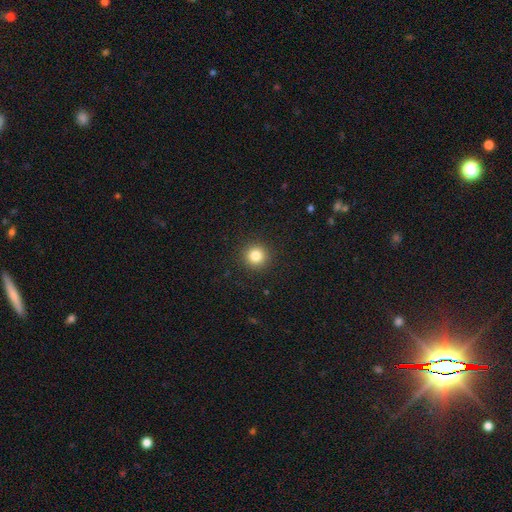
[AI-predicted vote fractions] A smooth galaxy with no disk features (83%) that is round (95%).

Vote fractions:
- Smooth or featured? smooth: 83% / star or artifact: 11% / featured or disk: 6%
- How rounded? round: 95% / in between: 4% / cigar-shaped: 1%
- Merging? none: 92% / minor disturbance: 5% / major disturbance: 2% / merger: 1%